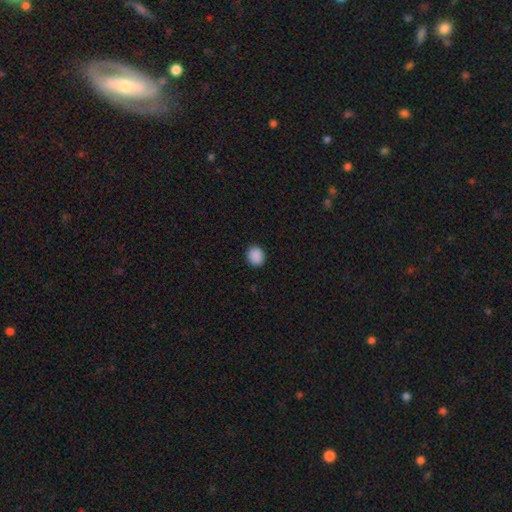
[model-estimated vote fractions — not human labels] This appears to be a smooth galaxy with no disk features (89%) that is round (70%). Merging: none (90%).